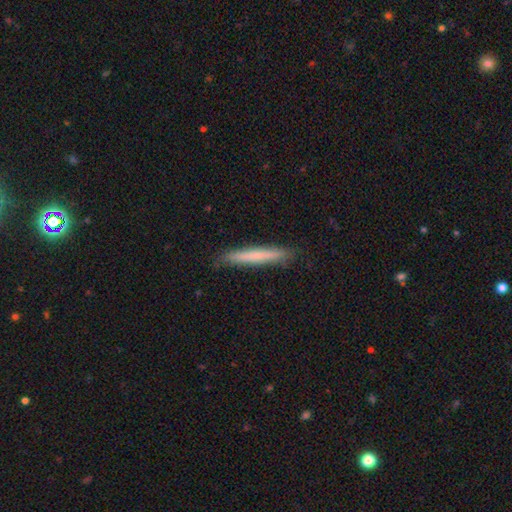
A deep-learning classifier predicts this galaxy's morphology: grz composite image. It shows a smooth galaxy with no disk features (68%) that is cigar-shaped (97%). Merging: none (90%).